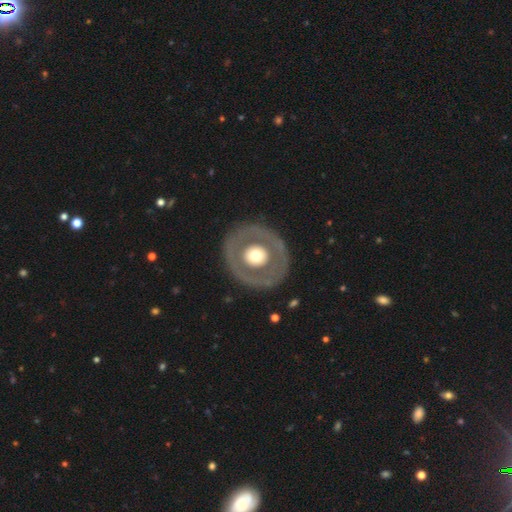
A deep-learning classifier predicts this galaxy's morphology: smooth-or-featured: featured or disk: 51% | smooth: 44% | star or artifact: 5%
  disk-edge-on: no: 94% | yes: 6%
  merging: none: 85% | minor disturbance: 8% | major disturbance: 5% | merger: 1%